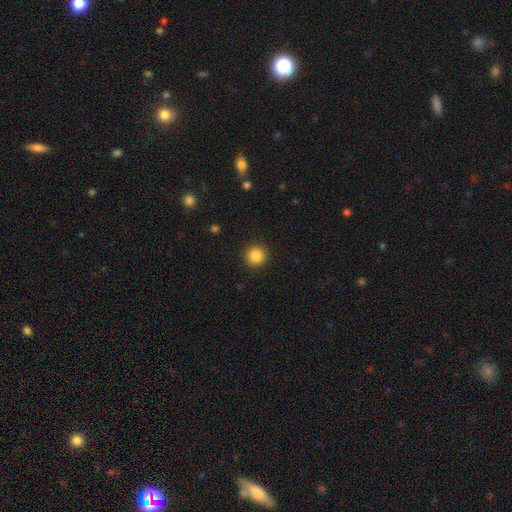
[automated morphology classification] This is clearly a smooth galaxy (86%). How rounded: clearly round (95%). Merging: clearly none (92%).